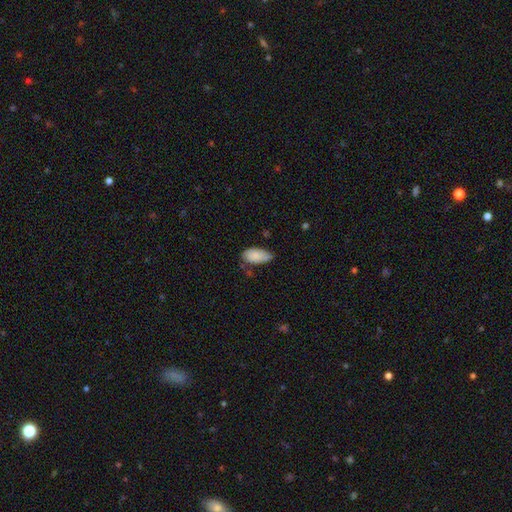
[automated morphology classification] A smooth galaxy with no disk features (84%) that is in between round and cigar-shaped (92%).

Vote fractions:
- Smooth or featured? smooth: 84% / featured or disk: 9% / star or artifact: 7%
- How rounded? in between: 92% / cigar-shaped: 5% / round: 2%
- Merging? none: 49% / minor disturbance: 38% / major disturbance: 8% / merger: 4%